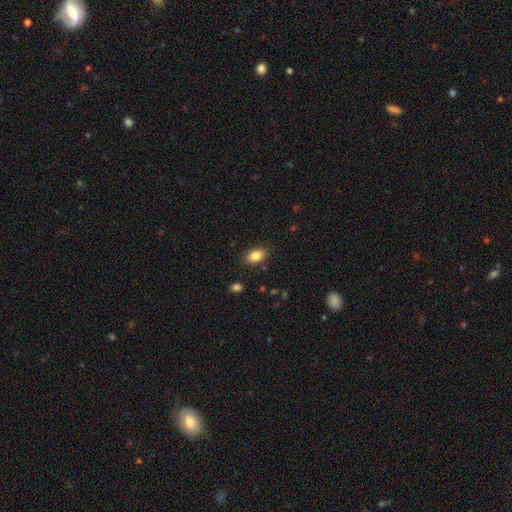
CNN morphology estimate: Smooth or featured? Predicted: smooth (p=0.85). How rounded? Predicted: in between (p=0.85). Merging? Predicted: none (p=0.86).